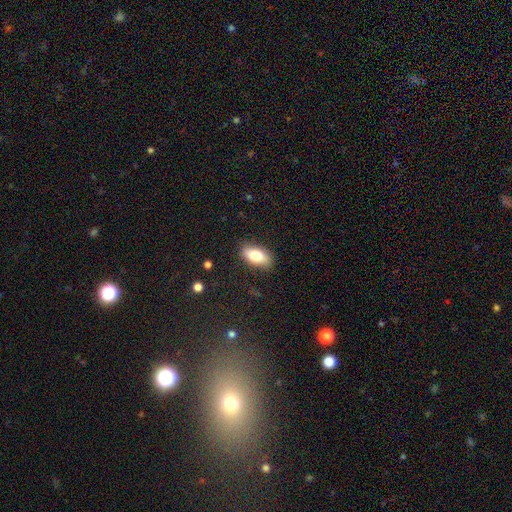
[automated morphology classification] A smooth galaxy with no disk features (78%) that is in between round and cigar-shaped (89%).

Vote fractions:
- Smooth or featured? smooth: 78% / featured or disk: 15% / star or artifact: 7%
- How rounded? in between: 89% / cigar-shaped: 7% / round: 4%
- Merging? none: 86% / minor disturbance: 11% / major disturbance: 3% / merger: 1%